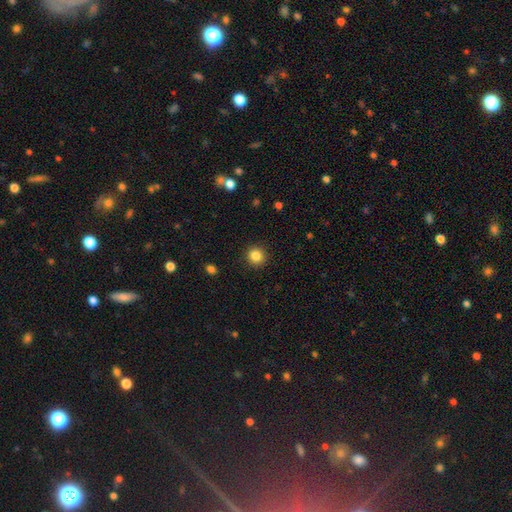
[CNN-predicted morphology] Overall: smooth (84%). How rounded: round (92%). Merging: none (91%).